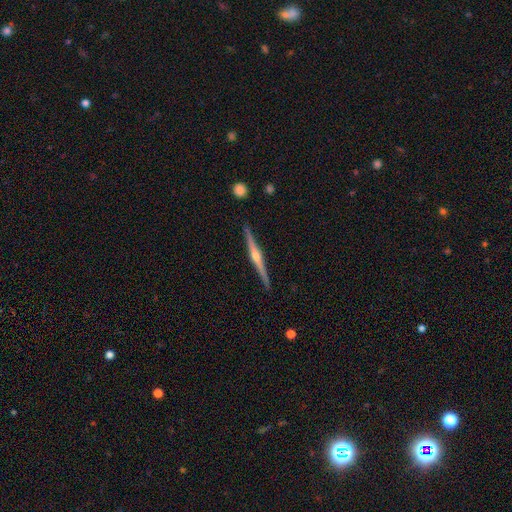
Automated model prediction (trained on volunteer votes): smooth_or_featured: featured or disk (p=0.84) [alt: smooth p=0.11]
disk_edge_on: yes (p=0.99) [alt: no p=0.01]
edge_on_bulge: rounded (p=0.90) [alt: boxy p=0.05]
merging: none (p=0.92) [alt: minor disturbance p=0.06]